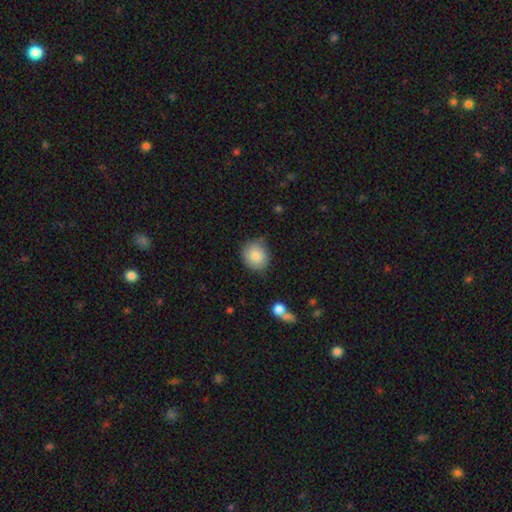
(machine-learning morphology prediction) The model was most divided on "merging": none: 71%, minor disturbance: 22%, major disturbance: 4%, merger: 3%. More confident: smooth or featured — smooth (84%); how rounded — round (76%).